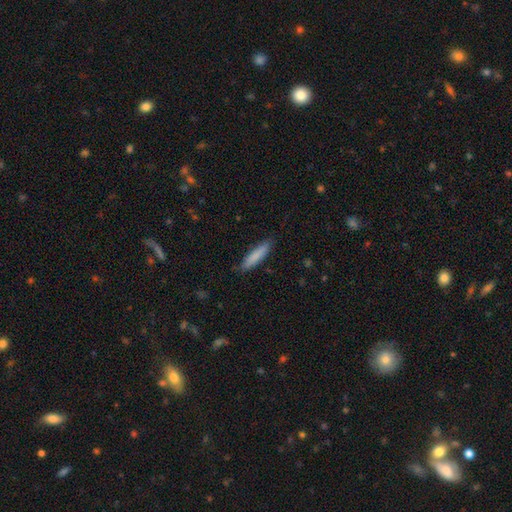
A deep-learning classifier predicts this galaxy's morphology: smooth-or-featured: smooth: 84% | featured or disk: 10% | star or artifact: 6%
  how-rounded: cigar-shaped: 83% | in between: 16% | round: 1%
  merging: none: 87% | minor disturbance: 11% | major disturbance: 2% | merger: 1%